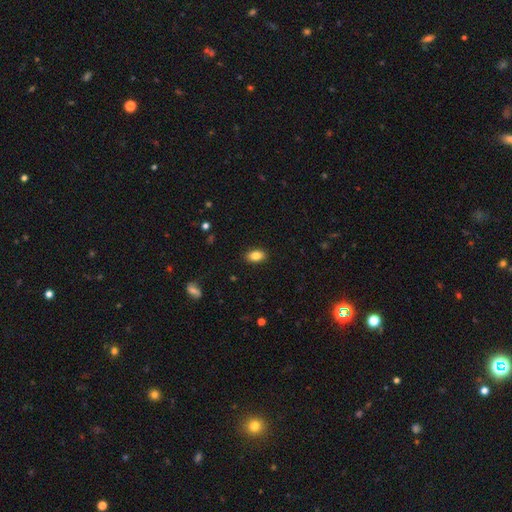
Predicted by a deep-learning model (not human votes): smooth 85%, star or artifact 8%, featured or disk 7%. Down the decision tree: how rounded — in between (89%); merging — none (89%).